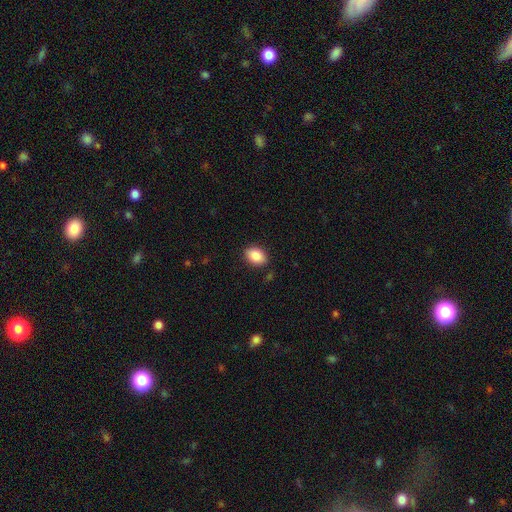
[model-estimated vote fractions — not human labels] Overall: smooth (88%). How rounded: in between (79%). Merging: none (87%).